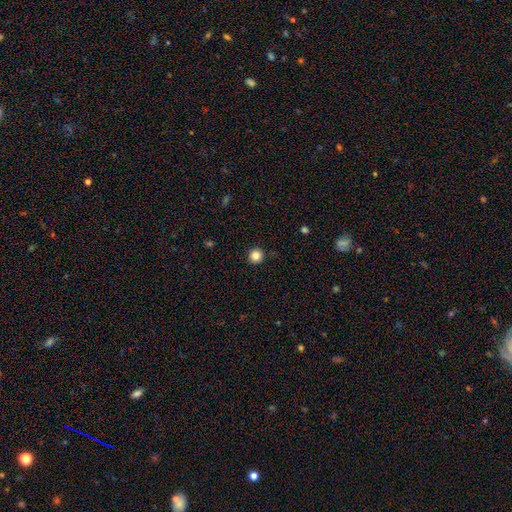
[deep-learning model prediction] smooth_or_featured: smooth (p=0.84) [alt: star or artifact p=0.12]
how_rounded: round (p=0.95) [alt: in between p=0.04]
merging: none (p=0.92) [alt: minor disturbance p=0.05]